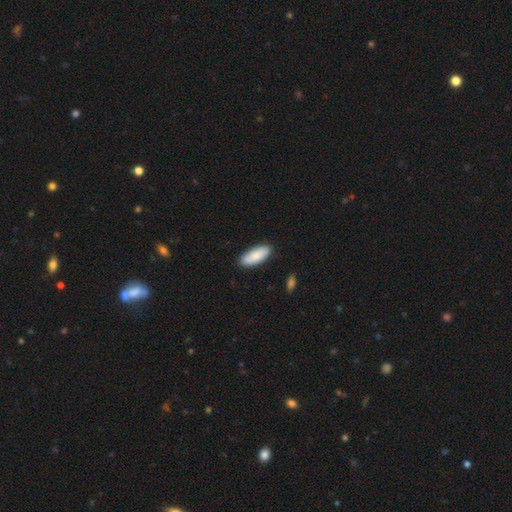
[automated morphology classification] This is clearly a smooth galaxy (84%). How rounded: clearly in between (80%). Merging: clearly none (86%).